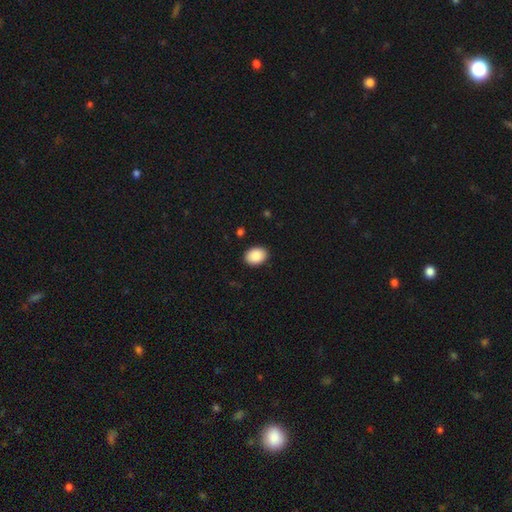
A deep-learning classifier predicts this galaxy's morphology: This appears to be a smooth galaxy with no disk features (89%) that is in between round and cigar-shaped (73%). Merging: none (90%).